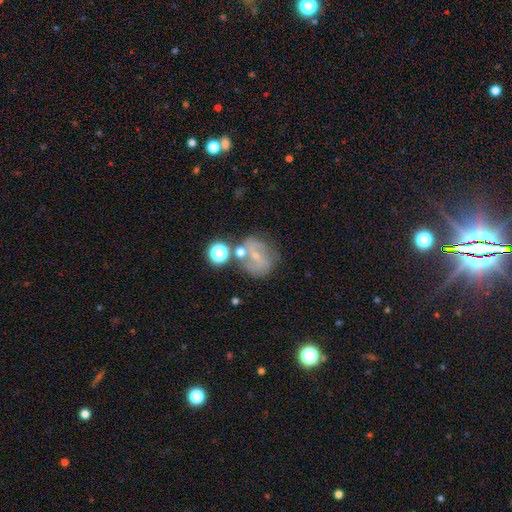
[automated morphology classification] Smooth or featured? Predicted: featured or disk (p=0.53). Edge-on disk? Predicted: no (p=0.96). Bar? Predicted: weak (p=0.43). Spiral arms? Predicted: yes (p=0.67). Bulge size? Predicted: small (p=0.73). Merging? Predicted: none (p=0.57).